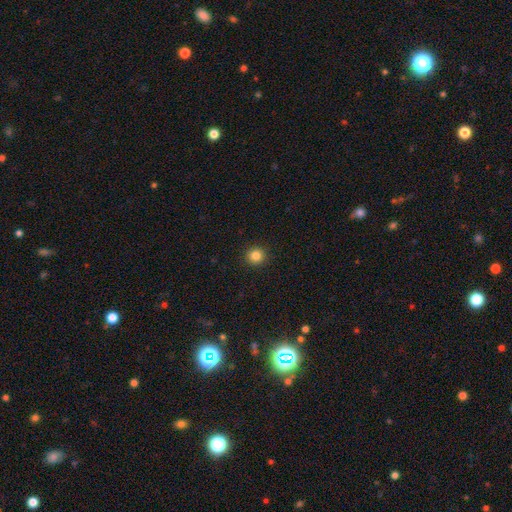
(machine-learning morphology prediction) A smooth galaxy with no disk features (84%) that is round (94%). Merging: none (93%).